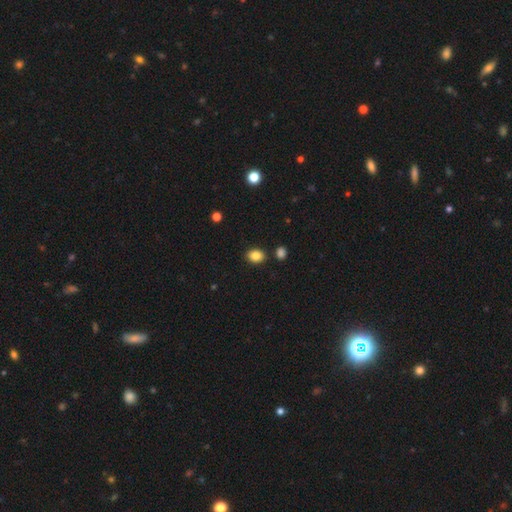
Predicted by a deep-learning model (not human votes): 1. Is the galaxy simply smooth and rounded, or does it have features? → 85% smooth, 10% star or artifact, 5% featured or disk.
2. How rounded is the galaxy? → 63% in between, 36% round, 1% cigar-shaped.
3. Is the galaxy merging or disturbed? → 84% none, 9% minor disturbance, 5% merger, 2% major disturbance.